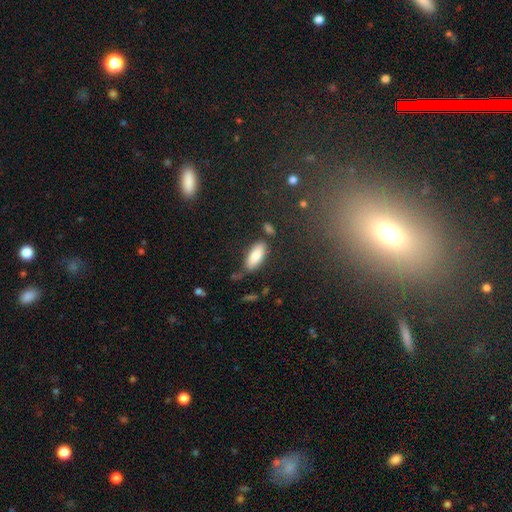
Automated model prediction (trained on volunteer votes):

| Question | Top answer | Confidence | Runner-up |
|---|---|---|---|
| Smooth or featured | smooth | 83% | featured or disk (10%) |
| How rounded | in between | 79% | cigar-shaped (19%) |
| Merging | none | 72% | minor disturbance (18%) |